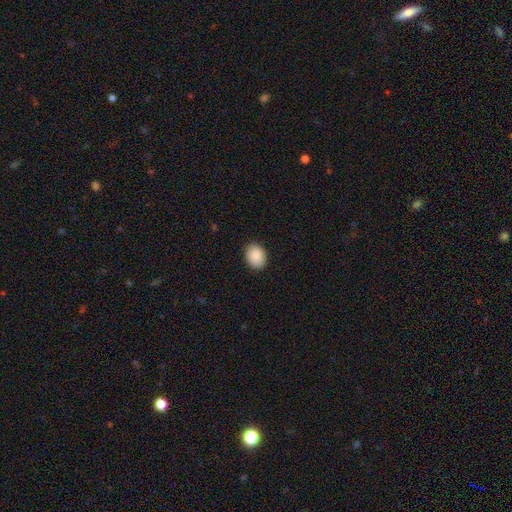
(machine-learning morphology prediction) smooth_or_featured: smooth (p=0.88) [alt: star or artifact p=0.07]
how_rounded: in between (p=0.58) [alt: round p=0.42]
merging: none (p=0.89) [alt: minor disturbance p=0.08]